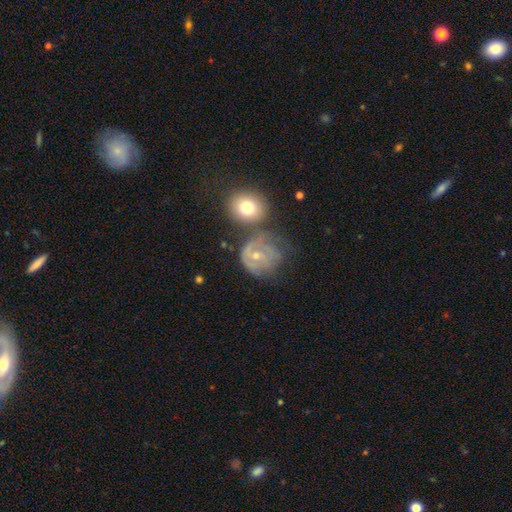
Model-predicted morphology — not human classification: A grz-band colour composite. It shows a featured or disk galaxy (55%) with no bar (69%), spiral arms (68%) and a small central bulge (57%). Merging: none (40%).